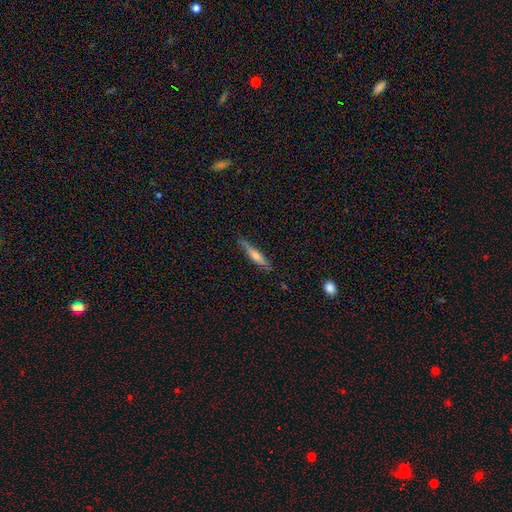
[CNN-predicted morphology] Q: Smooth or featured?
A: featured or disk (49%); runner-up: smooth (44%)
Q: Merging?
A: none (81%); runner-up: minor disturbance (15%)